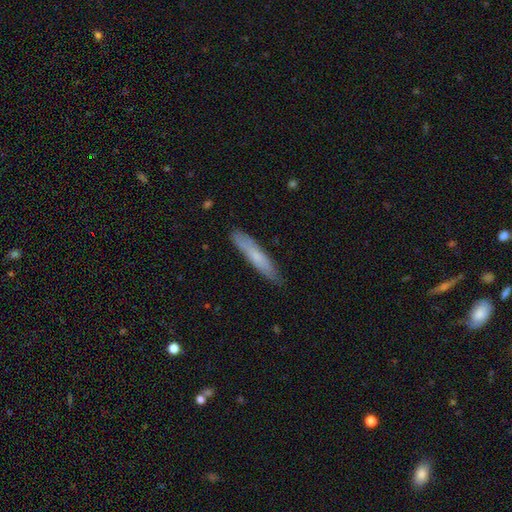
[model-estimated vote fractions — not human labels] Q: Smooth or featured?
A: smooth (67%); runner-up: featured or disk (27%)
Q: How rounded?
A: cigar-shaped (90%); runner-up: in between (9%)
Q: Merging?
A: none (82%); runner-up: minor disturbance (14%)